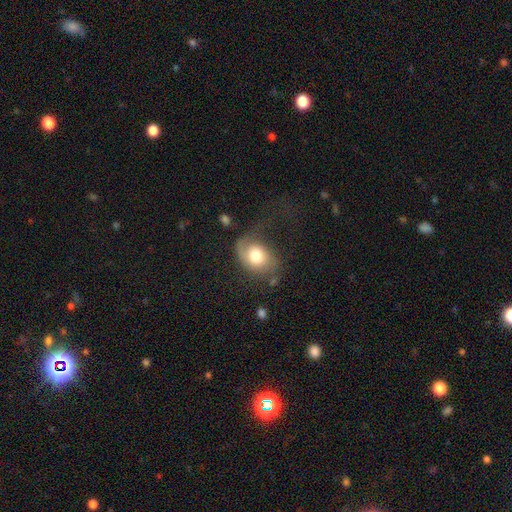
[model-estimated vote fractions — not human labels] A smooth galaxy with no disk features (54%) that is in between round and cigar-shaped (64%).

Vote fractions:
- Smooth or featured? smooth: 54% / featured or disk: 38% / star or artifact: 8%
- How rounded? in between: 64% / round: 35% / cigar-shaped: 1%
- Merging? none: 41% / major disturbance: 31% / minor disturbance: 24% / merger: 4%